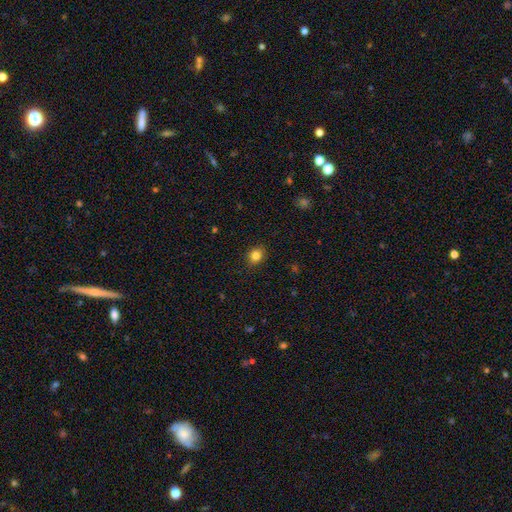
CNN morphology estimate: A smooth galaxy with no disk features (83%) that is round (70%).

Vote fractions:
- Smooth or featured? smooth: 83% / star or artifact: 11% / featured or disk: 6%
- How rounded? round: 70% / in between: 29% / cigar-shaped: 1%
- Merging? none: 89% / minor disturbance: 8% / major disturbance: 2% / merger: 1%